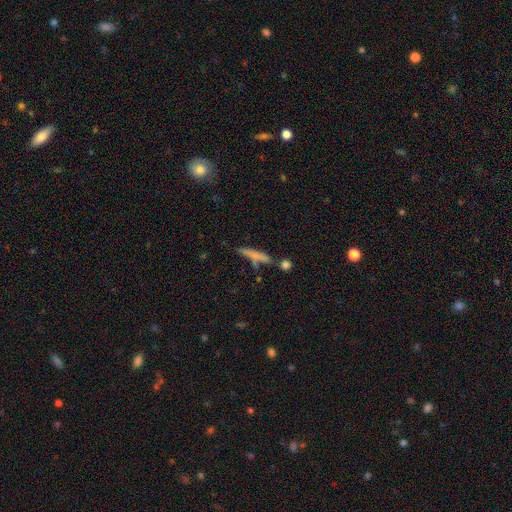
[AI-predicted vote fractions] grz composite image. It shows a smooth galaxy with no disk features (61%) that is cigar-shaped (90%). Merging: none (63%).